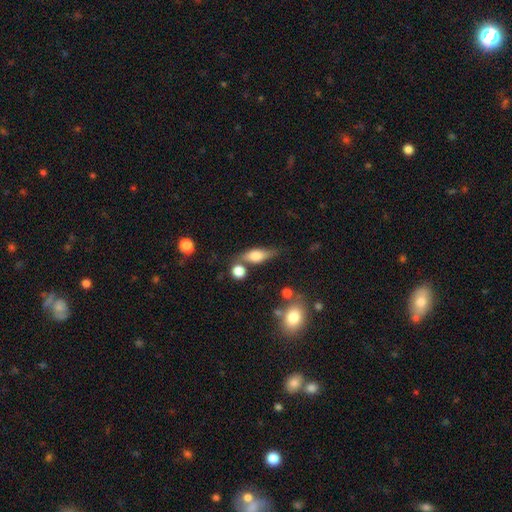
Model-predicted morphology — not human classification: smooth 59%, featured or disk 33%, star or artifact 9%. Down the decision tree: how rounded — in between (64%); merging — none (61%).